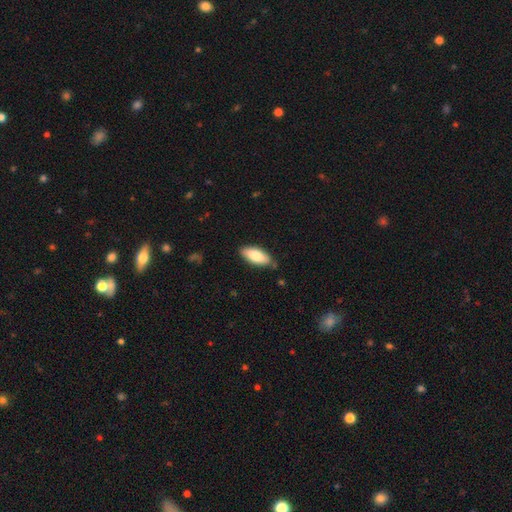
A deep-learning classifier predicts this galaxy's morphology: Smooth or featured? smooth (80%)
How rounded? in between (83%)
Merging? none (80%)